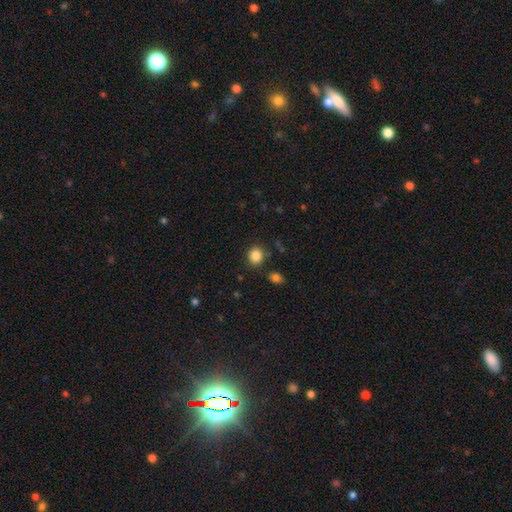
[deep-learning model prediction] Q: Smooth or featured?
A: smooth (86%); runner-up: star or artifact (10%)
Q: How rounded?
A: round (75%); runner-up: in between (24%)
Q: Merging?
A: none (84%); runner-up: minor disturbance (9%)